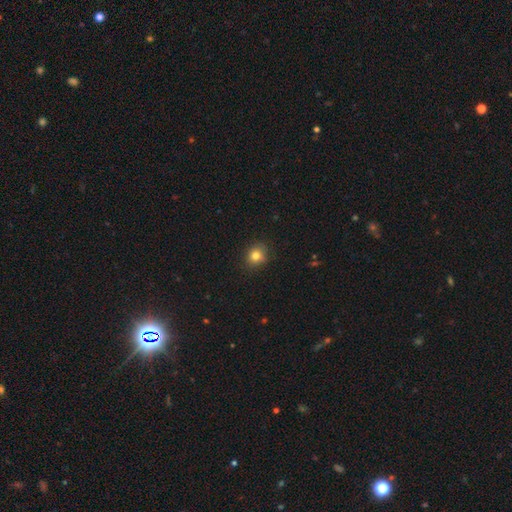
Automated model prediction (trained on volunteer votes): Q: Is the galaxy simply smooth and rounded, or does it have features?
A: smooth — 81%.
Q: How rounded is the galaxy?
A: round — 78%.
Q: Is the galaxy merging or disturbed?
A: none — 86%.